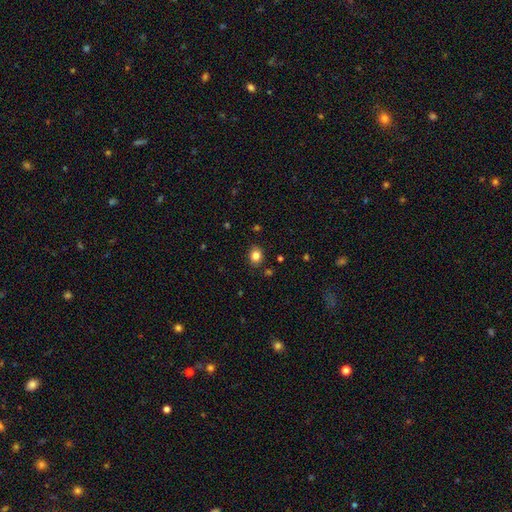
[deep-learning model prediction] Smooth or featured? smooth (83%)
How rounded? round (55%)
Merging? none (87%)